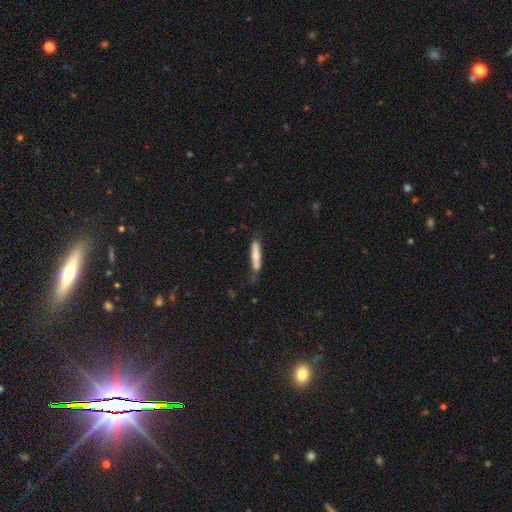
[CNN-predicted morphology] The model was most divided on "merging": none: 55%, minor disturbance: 29%, major disturbance: 11%, merger: 5%. More confident: how rounded — cigar-shaped (87%); smooth or featured — smooth (70%).